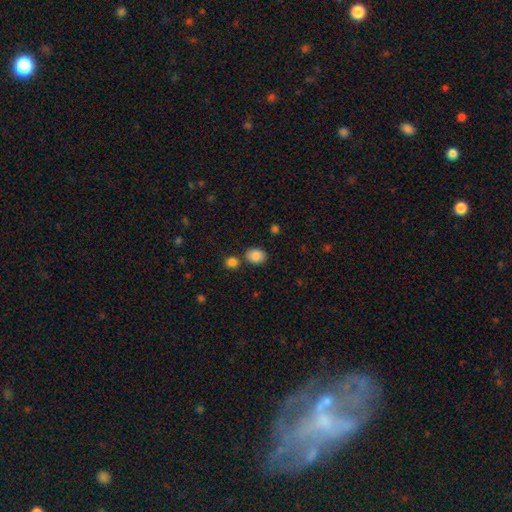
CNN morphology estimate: This appears to be a smooth galaxy with no disk features (87%) that is in between round and cigar-shaped (54%). Merging: none (74%).